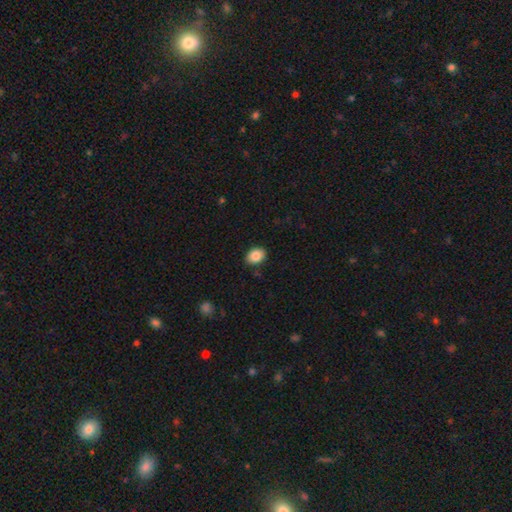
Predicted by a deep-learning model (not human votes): smooth_or_featured: smooth (p=0.87) [alt: star or artifact p=0.08]
how_rounded: in between (p=0.72) [alt: round p=0.27]
merging: none (p=0.87) [alt: minor disturbance p=0.10]